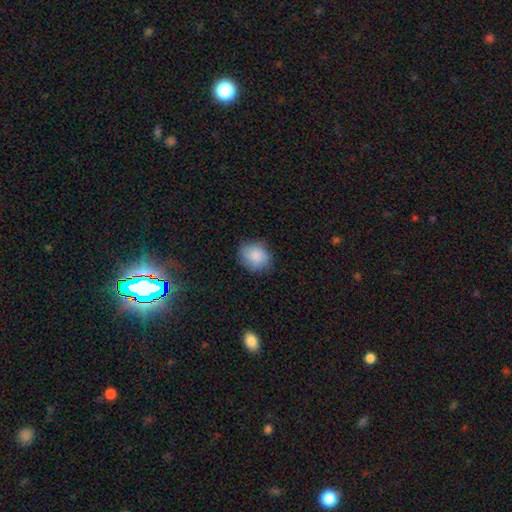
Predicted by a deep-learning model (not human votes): Smooth or featured? smooth (85%)
How rounded? round (61%)
Merging? none (78%)